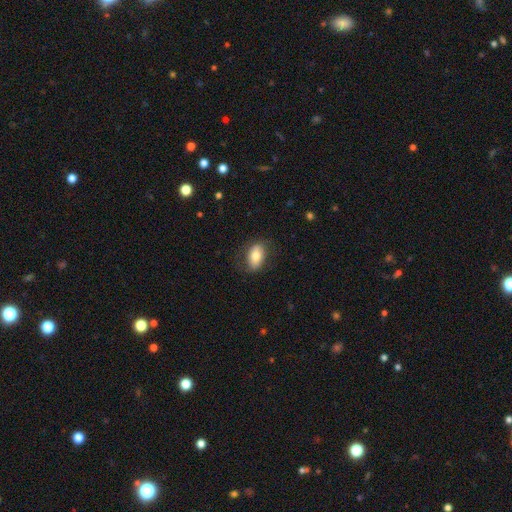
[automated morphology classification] Smooth or featured? smooth (73%)
How rounded? in between (90%)
Merging? none (76%)